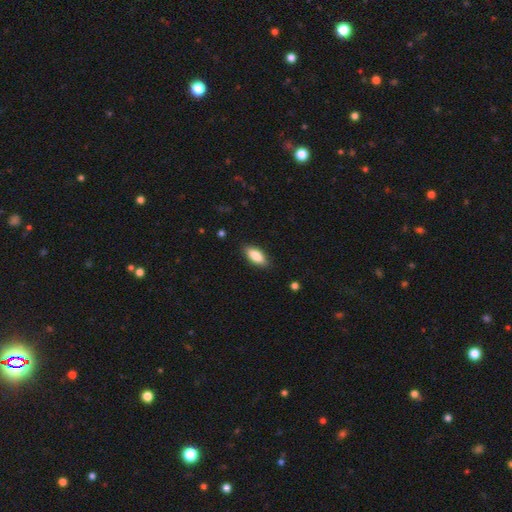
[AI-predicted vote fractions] Smooth or featured: smooth — 85% (featured or disk — 9%)
How rounded: in between — 81% (cigar-shaped — 17%)
Merging: none — 87% (minor disturbance — 10%)